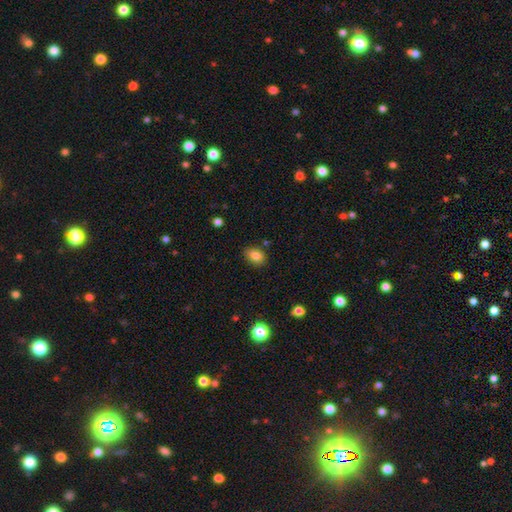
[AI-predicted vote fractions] Q: Smooth or featured?
A: smooth (82%); runner-up: star or artifact (10%)
Q: How rounded?
A: in between (71%); runner-up: round (27%)
Q: Merging?
A: none (78%); runner-up: minor disturbance (16%)